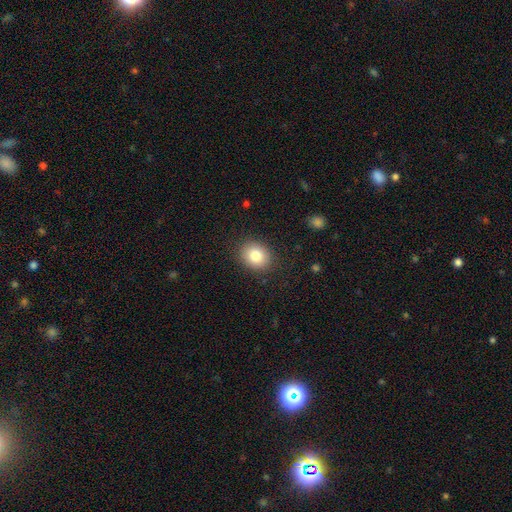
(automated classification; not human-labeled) Smooth or featured? Predicted: smooth (p=0.81). How rounded? Predicted: round (p=0.61). Merging? Predicted: none (p=0.88).